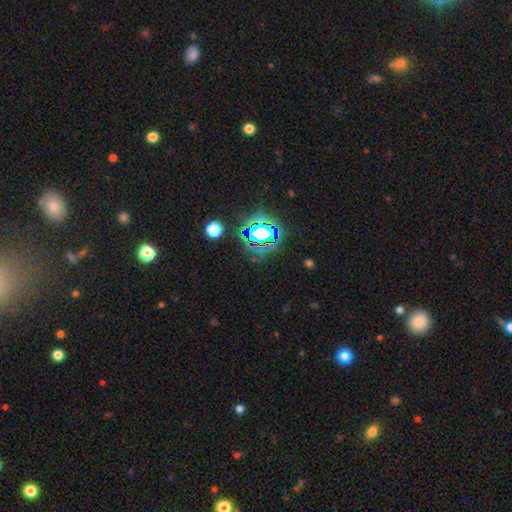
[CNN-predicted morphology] smooth_or_featured: star or artifact (p=0.78) [alt: smooth p=0.14]